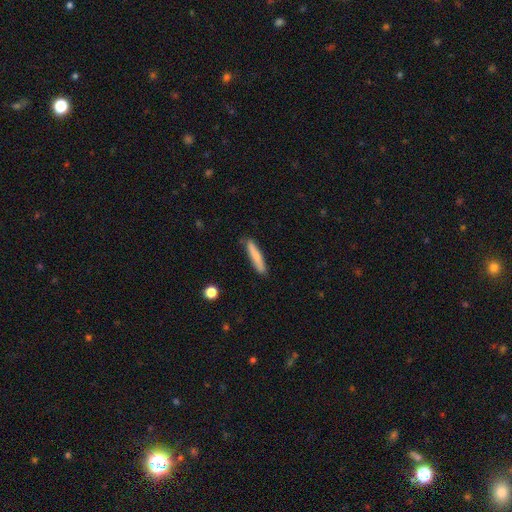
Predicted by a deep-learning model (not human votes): Smooth or featured: smooth — 77% (featured or disk — 17%)
How rounded: cigar-shaped — 90% (in between — 9%)
Merging: none — 83% (minor disturbance — 13%)